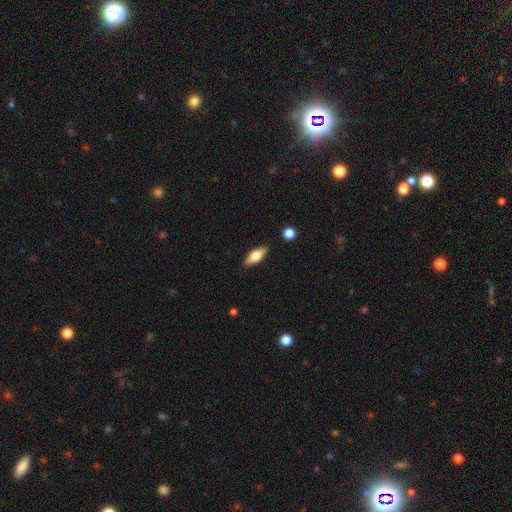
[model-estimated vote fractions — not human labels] Q: Smooth or featured?
A: smooth (63%); runner-up: featured or disk (30%)
Q: How rounded?
A: in between (76%); runner-up: cigar-shaped (20%)
Q: Merging?
A: none (88%); runner-up: minor disturbance (9%)